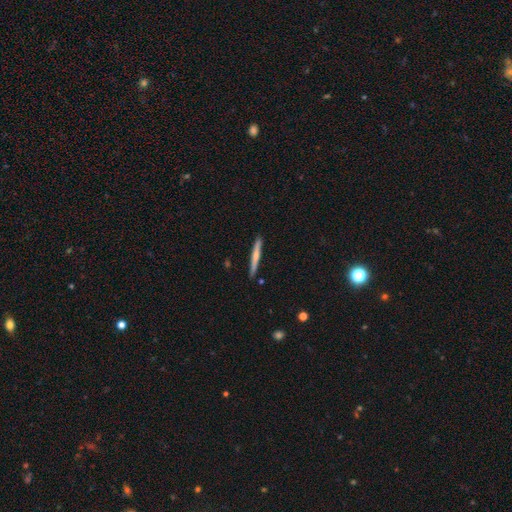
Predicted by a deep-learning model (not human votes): A featured or disk galaxy (48%). Merging: none (89%).